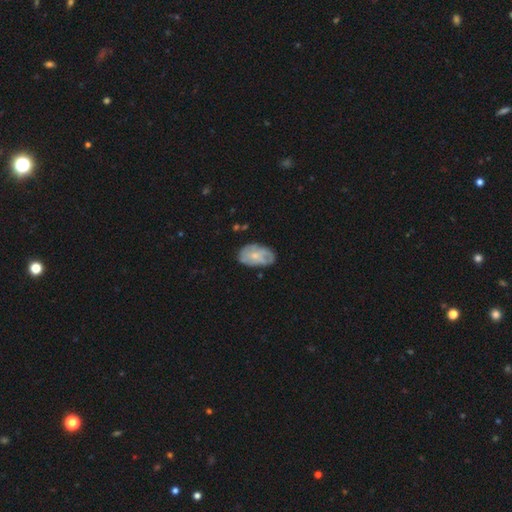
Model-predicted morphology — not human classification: A featured or disk galaxy (48%). Merging: none (59%).